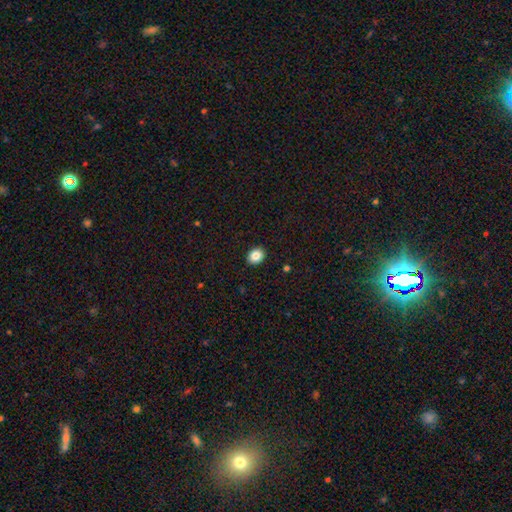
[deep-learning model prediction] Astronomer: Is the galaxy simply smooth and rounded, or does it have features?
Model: smooth — 85%.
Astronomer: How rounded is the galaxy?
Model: round — 56% (runner-up: in between, 44%).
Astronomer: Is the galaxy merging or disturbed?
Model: none — 92%.